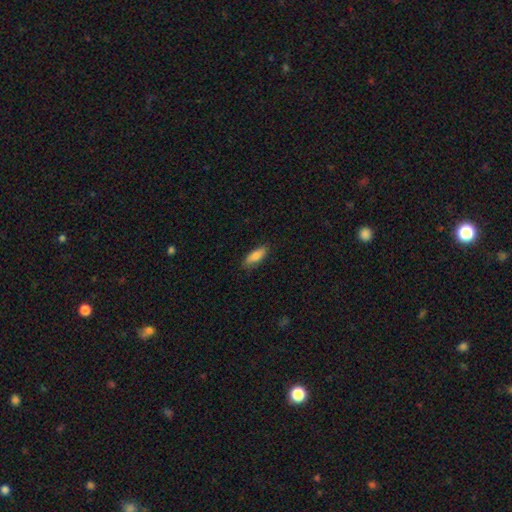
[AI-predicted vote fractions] Smooth or featured? Predicted: smooth (p=0.82). How rounded? Predicted: in between (p=0.66). Merging? Predicted: none (p=0.83).